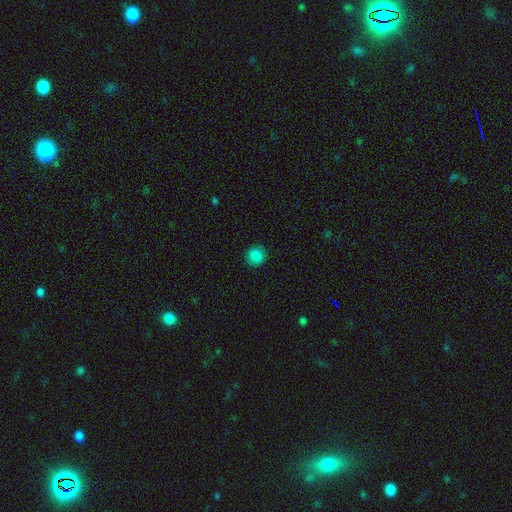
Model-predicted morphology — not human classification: smooth 85%, star or artifact 10%, featured or disk 4%. Down the decision tree: how rounded — round (91%); merging — none (90%).